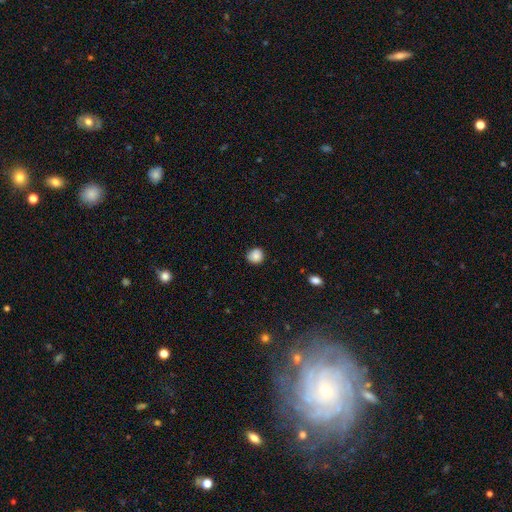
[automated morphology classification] This is clearly a smooth galaxy (86%). How rounded: clearly round (86%). Merging: clearly none (82%).